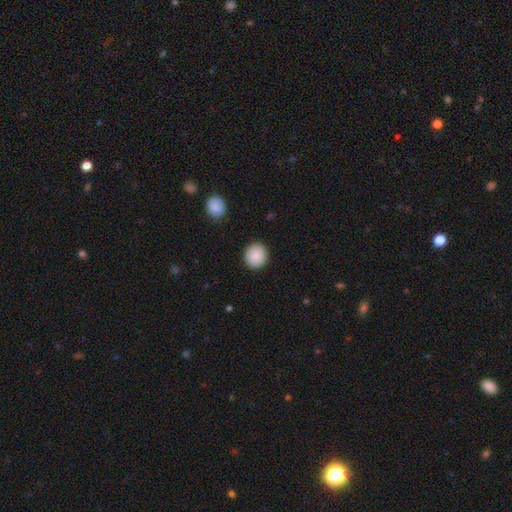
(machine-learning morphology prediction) The model was most divided on "how rounded": round: 87%, in between: 12%, cigar-shaped: 1%. More confident: merging — none (91%); smooth or featured — smooth (88%).